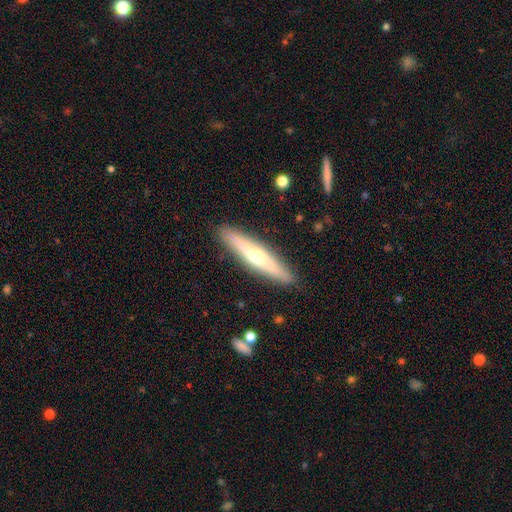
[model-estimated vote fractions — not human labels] A featured or disk galaxy (50%) viewed edge-on (90%).

Vote fractions:
- Smooth or featured? featured or disk: 50% / smooth: 44% / star or artifact: 6%
- Edge-on disk? yes: 90% / no: 10%
- Merging? none: 89% / minor disturbance: 8% / major disturbance: 2% / merger: 1%